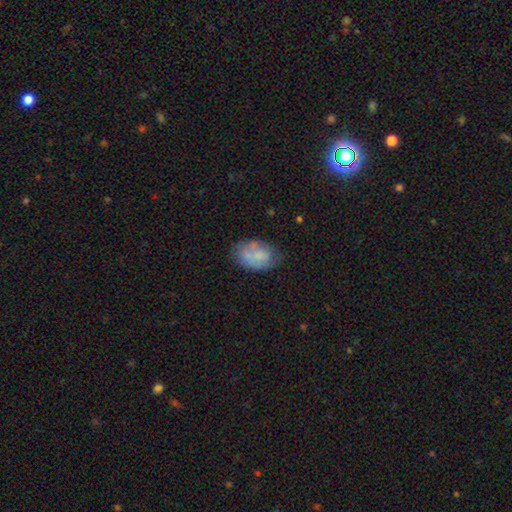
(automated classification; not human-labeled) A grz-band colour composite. It shows a smooth galaxy with no disk features (65%) that is in between round and cigar-shaped (87%). Merging: none (55%).